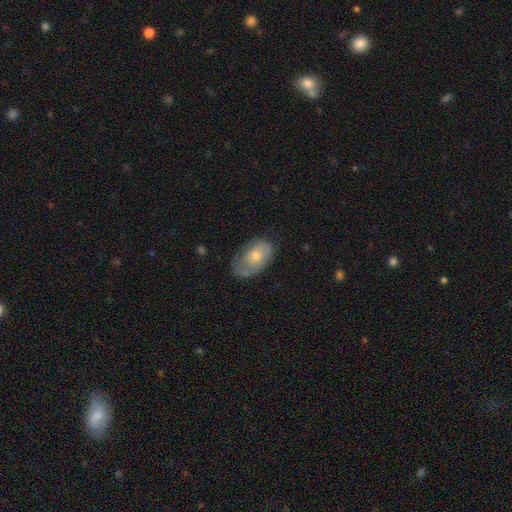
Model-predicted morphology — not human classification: featured or disk 48%, smooth 45%, star or artifact 7%. Down the decision tree: merging — none (53%).